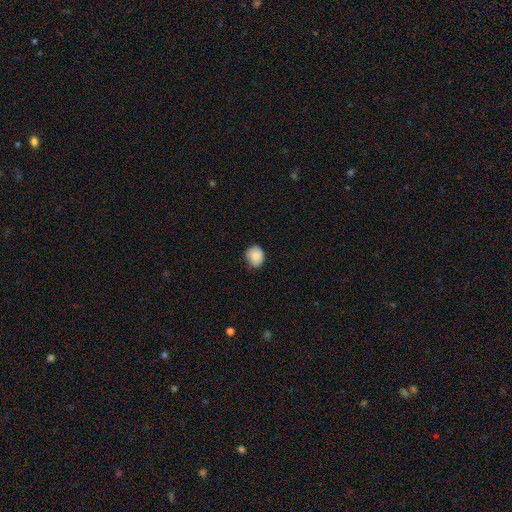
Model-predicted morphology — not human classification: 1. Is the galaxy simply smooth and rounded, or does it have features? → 85% smooth, 8% star or artifact, 7% featured or disk.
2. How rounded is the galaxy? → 64% round, 35% in between, 1% cigar-shaped.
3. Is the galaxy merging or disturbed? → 65% none, 29% minor disturbance, 4% major disturbance, 1% merger.